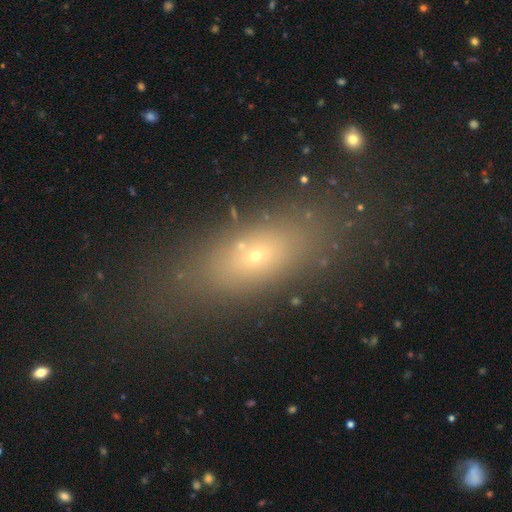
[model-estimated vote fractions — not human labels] This is possibly a smooth galaxy (59%). How rounded: likely in between (63%). Merging: clearly none (81%).